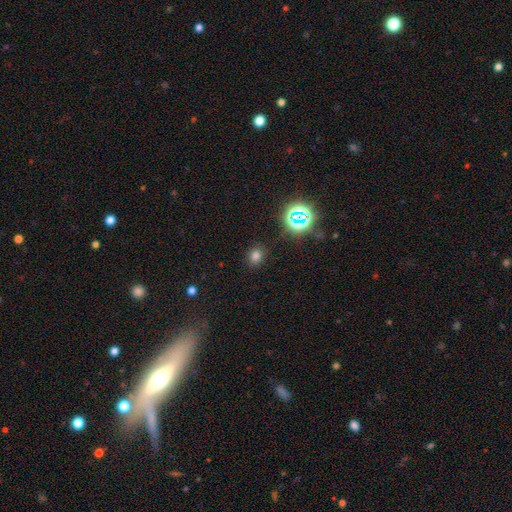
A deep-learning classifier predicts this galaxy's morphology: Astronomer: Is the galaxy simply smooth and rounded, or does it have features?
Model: smooth — 70%.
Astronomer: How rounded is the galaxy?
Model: round — 58% (runner-up: in between, 41%).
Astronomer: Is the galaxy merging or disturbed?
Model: none — 85%.